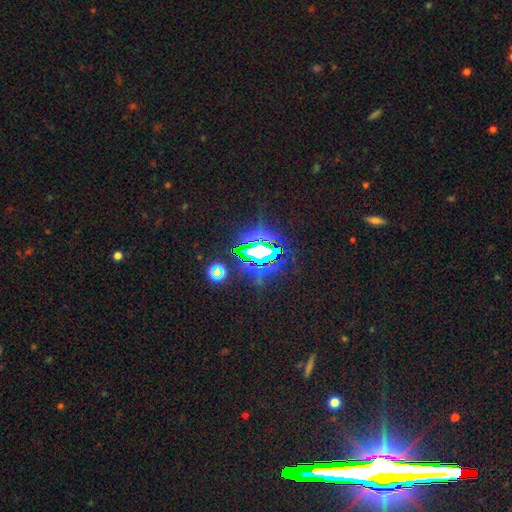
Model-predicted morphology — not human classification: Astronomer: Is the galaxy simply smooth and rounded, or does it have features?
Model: star or artifact — 73%.